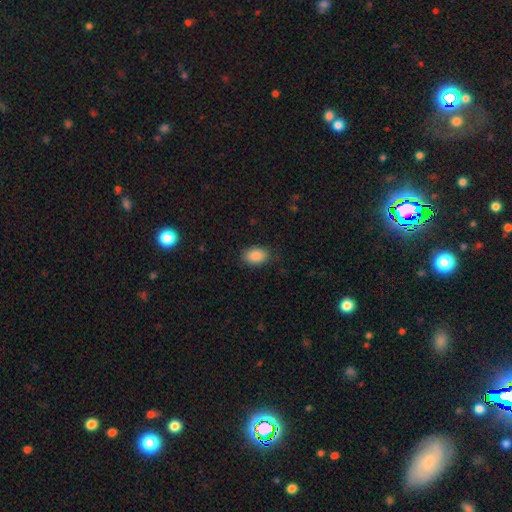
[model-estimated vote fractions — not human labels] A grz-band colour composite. It shows a smooth galaxy with no disk features (89%) that is in between round and cigar-shaped (88%). Merging: none (85%).